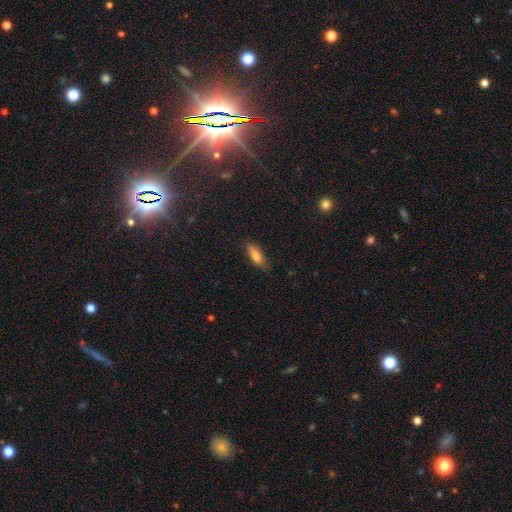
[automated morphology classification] Smooth or featured? smooth (79%)
How rounded? in between (62%)
Merging? none (79%)